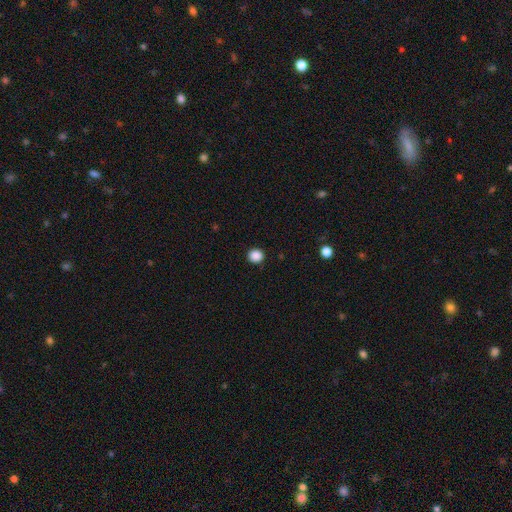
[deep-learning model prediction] Smooth or featured? Predicted: smooth (p=0.88). How rounded? Predicted: round (p=0.91). Merging? Predicted: none (p=0.92).